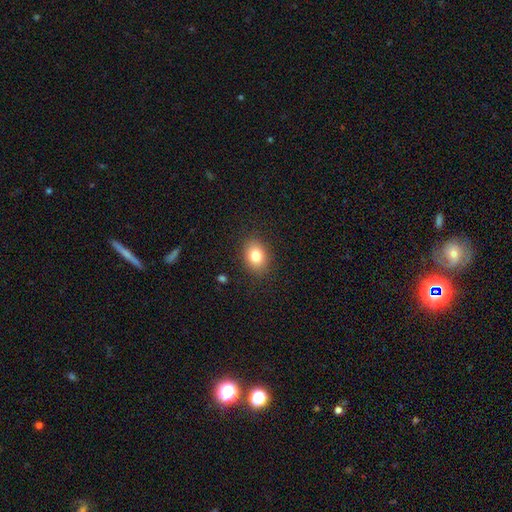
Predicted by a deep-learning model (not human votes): Smooth or featured?
  - smooth: 81% *
  - star or artifact: 10%
  - featured or disk: 9%
How rounded?
  - in between: 64% *
  - round: 35%
  - cigar-shaped: 1%
Merging?
  - none: 87% *
  - minor disturbance: 9%
  - major disturbance: 3%
  - merger: 1%